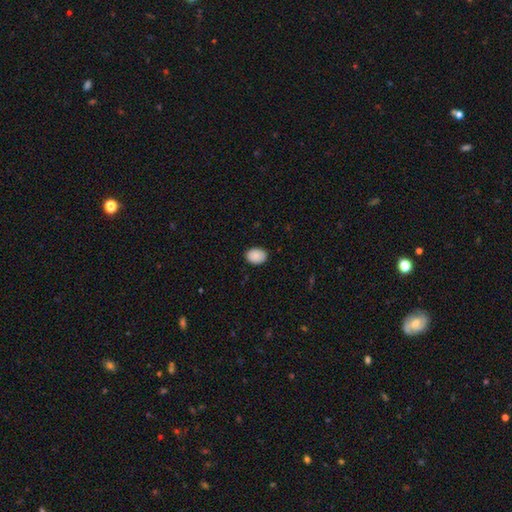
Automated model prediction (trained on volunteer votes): smooth-or-featured: smooth: 89% | star or artifact: 7% | featured or disk: 4%
  how-rounded: in between: 70% | round: 29% | cigar-shaped: 1%
  merging: none: 86% | minor disturbance: 11% | major disturbance: 2% | merger: 1%